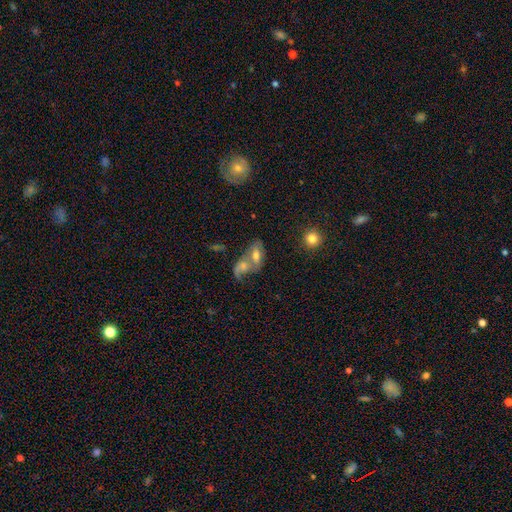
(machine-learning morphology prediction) Overall: smooth (51%; featured or disk 37%). How rounded: in between (83%). Merging: merger (61%; none 22%).